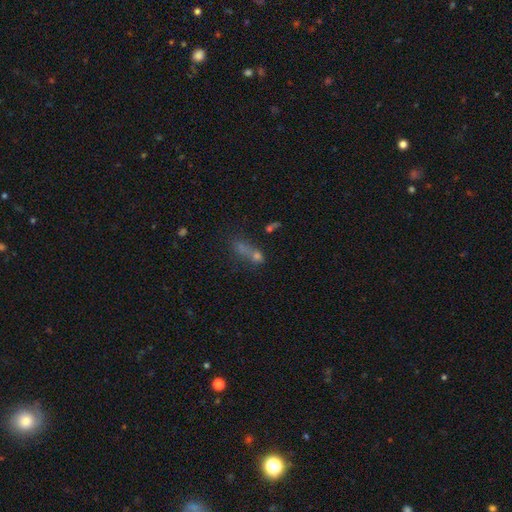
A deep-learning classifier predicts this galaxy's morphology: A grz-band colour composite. It shows a smooth galaxy with no disk features (55%) that is in between round and cigar-shaped (47%). Merging: merger (50%).